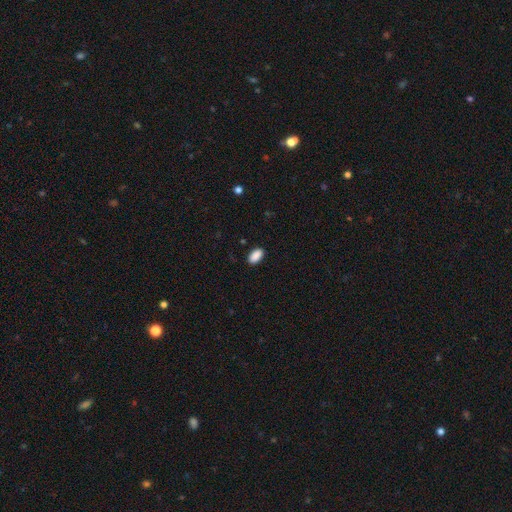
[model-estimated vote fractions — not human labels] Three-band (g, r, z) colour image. It shows a smooth galaxy with no disk features (90%) that is in between round and cigar-shaped (93%). Merging: none (88%).